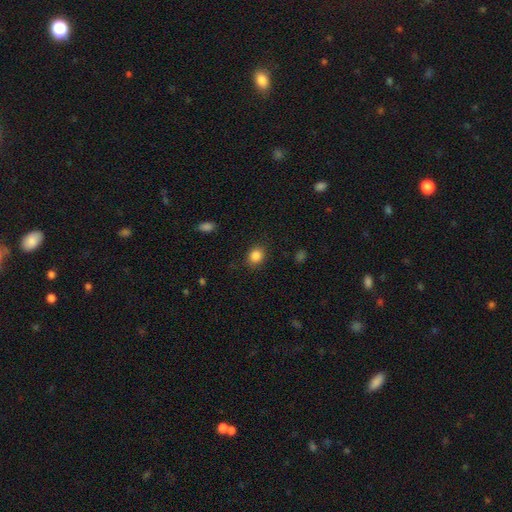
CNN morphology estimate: Smooth or featured?
  - smooth: 86% *
  - star or artifact: 10%
  - featured or disk: 4%
How rounded?
  - round: 68% *
  - in between: 31%
  - cigar-shaped: 1%
Merging?
  - none: 87% *
  - minor disturbance: 9%
  - major disturbance: 3%
  - merger: 1%